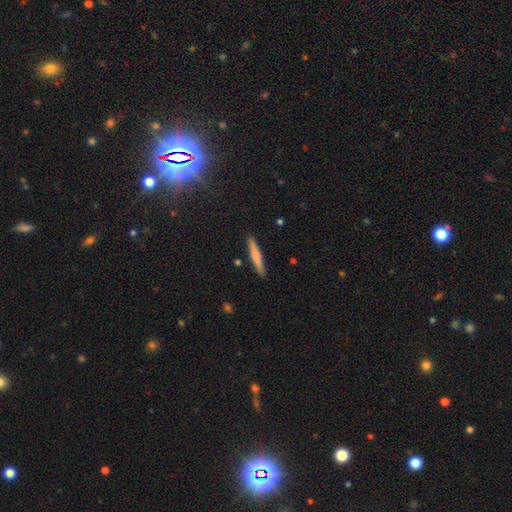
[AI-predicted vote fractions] This is likely a smooth galaxy (64%). How rounded: clearly cigar-shaped (94%). Merging: clearly none (89%).